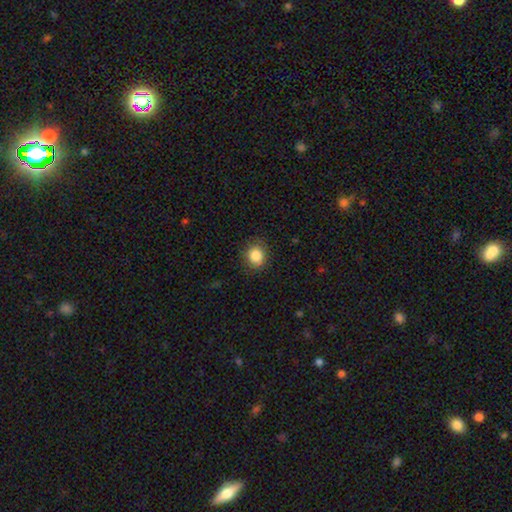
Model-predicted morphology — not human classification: This appears to be a smooth galaxy with no disk features (85%) that is round (74%). Merging: none (85%).